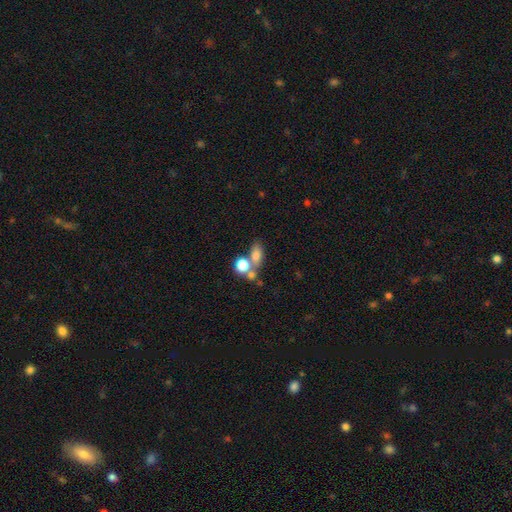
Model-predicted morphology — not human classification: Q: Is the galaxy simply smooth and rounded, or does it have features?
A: smooth — 72%.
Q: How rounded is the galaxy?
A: in between — 67%.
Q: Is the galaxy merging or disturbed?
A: none — 43%.